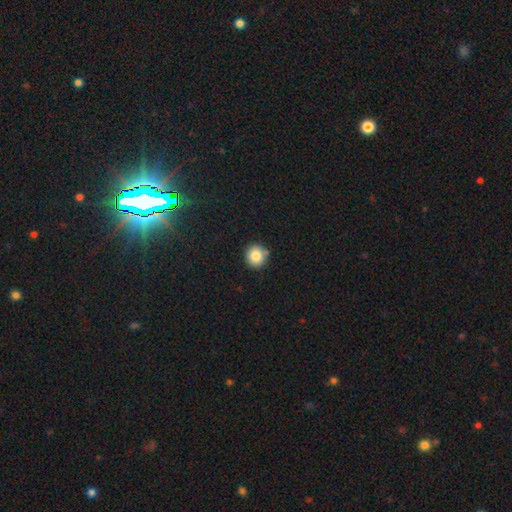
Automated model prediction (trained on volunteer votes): Morphology: type=smooth (84%); roundness=round (92%); merging=none (85%).